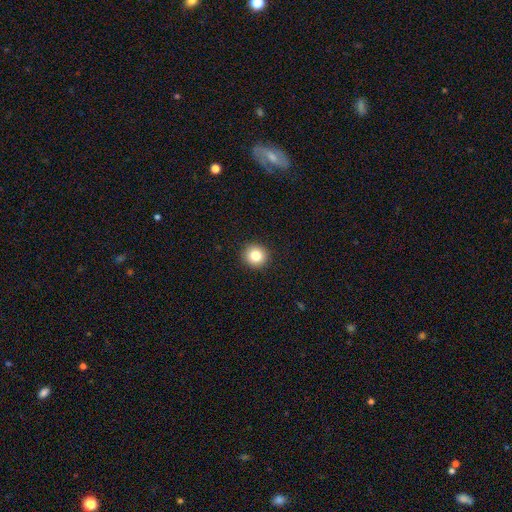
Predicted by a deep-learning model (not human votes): smooth_or_featured: smooth (p=0.82) [alt: star or artifact p=0.10]
how_rounded: round (p=0.92) [alt: in between p=0.07]
merging: none (p=0.92) [alt: minor disturbance p=0.05]